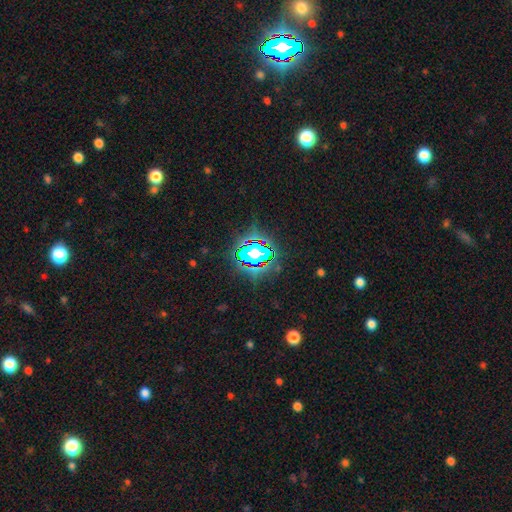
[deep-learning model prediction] The model was most divided on "smooth or featured": star or artifact: 66%, smooth: 20%, featured or disk: 14%.